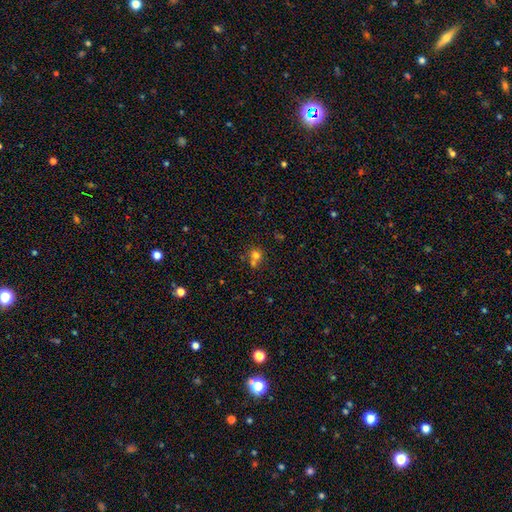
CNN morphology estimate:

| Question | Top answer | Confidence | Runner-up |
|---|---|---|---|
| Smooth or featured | smooth | 71% | star or artifact (17%) |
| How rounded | round | 82% | in between (17%) |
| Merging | none | 45% | merger (43%) |